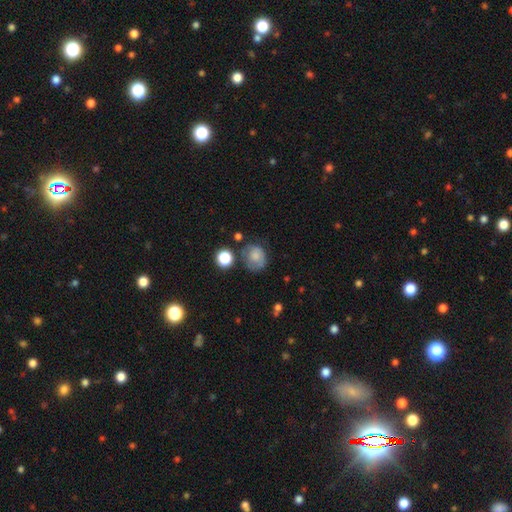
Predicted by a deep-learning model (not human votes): Overall: smooth (67%). How rounded: round (64%; in between 35%). Merging: none (52%; minor disturbance 28%).